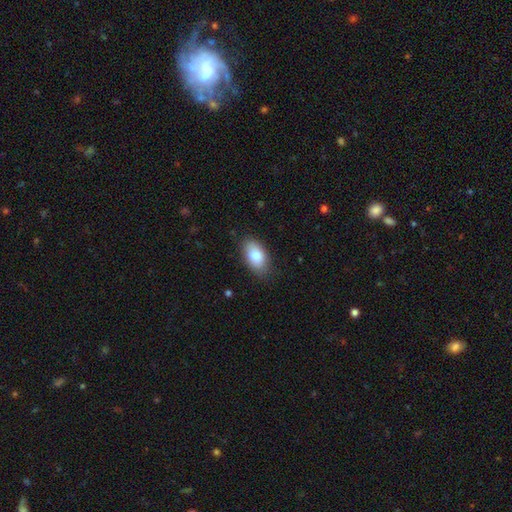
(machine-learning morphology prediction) The model was most divided on "merging": none: 83%, minor disturbance: 13%, major disturbance: 3%, merger: 1%. More confident: how rounded — in between (93%); smooth or featured — smooth (82%).